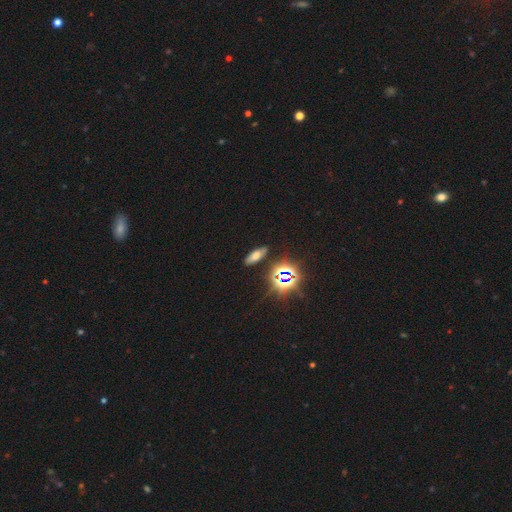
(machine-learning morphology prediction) Smooth or featured? Predicted: smooth (p=0.51). How rounded? Predicted: in between (p=0.62). Merging? Predicted: none (p=0.86).